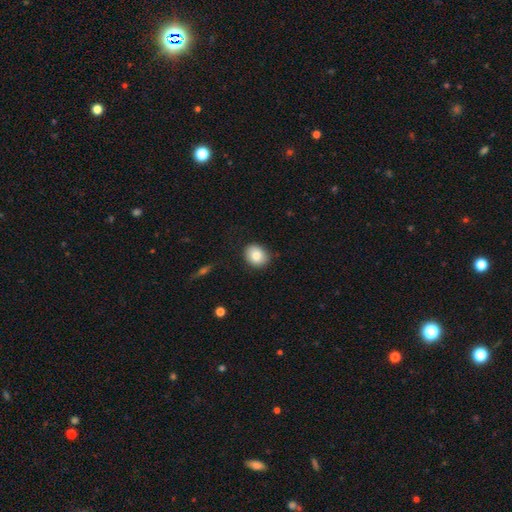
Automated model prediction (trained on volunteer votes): Morphology: type=smooth (82%); roundness=round (64%); merging=none (85%).